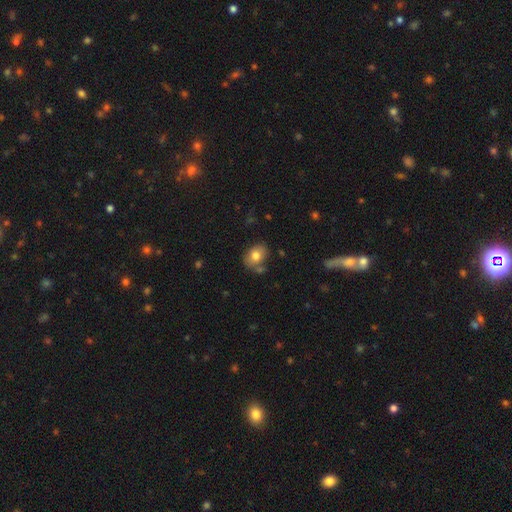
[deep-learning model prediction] This appears to be a smooth galaxy with no disk features (78%) that is in between round and cigar-shaped (57%). Merging: none (64%).